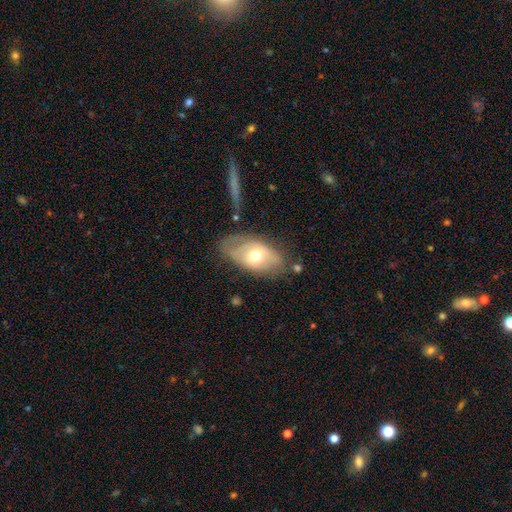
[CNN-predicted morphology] A smooth galaxy with no disk features (52%) that is in between round and cigar-shaped (90%).

Vote fractions:
- Smooth or featured? smooth: 52% / featured or disk: 41% / star or artifact: 7%
- How rounded? in between: 90% / round: 7% / cigar-shaped: 3%
- Merging? none: 62% / minor disturbance: 25% / major disturbance: 10% / merger: 4%